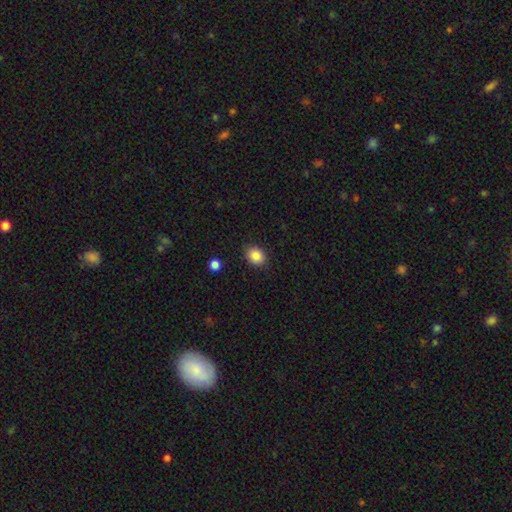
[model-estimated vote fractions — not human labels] A smooth galaxy with no disk features (87%) that is in between round and cigar-shaped (57%).

Vote fractions:
- Smooth or featured? smooth: 87% / star or artifact: 9% / featured or disk: 4%
- How rounded? in between: 57% / round: 42% / cigar-shaped: 1%
- Merging? none: 87% / minor disturbance: 9% / major disturbance: 3% / merger: 1%